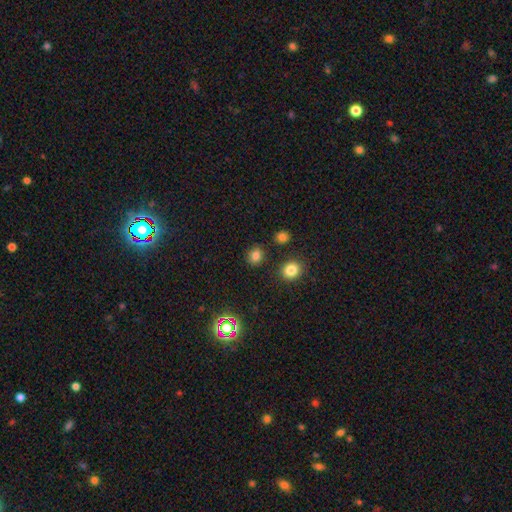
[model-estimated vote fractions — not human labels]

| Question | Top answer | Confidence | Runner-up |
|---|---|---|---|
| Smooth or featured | smooth | 79% | star or artifact (16%) |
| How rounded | round | 67% | in between (31%) |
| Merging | none | 84% | minor disturbance (9%) |